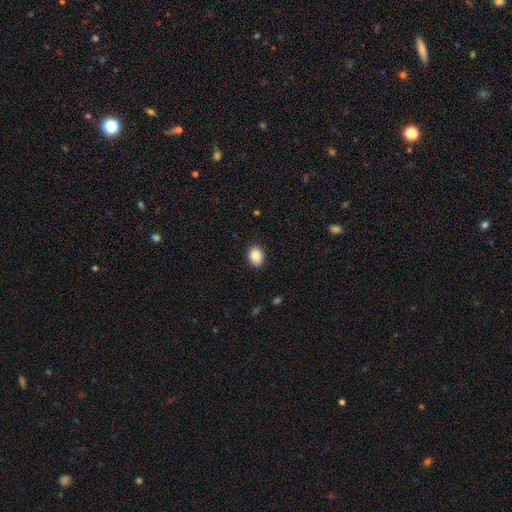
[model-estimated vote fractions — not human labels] This is clearly a smooth galaxy (87%). How rounded: likely in between (69%). Merging: clearly none (86%).